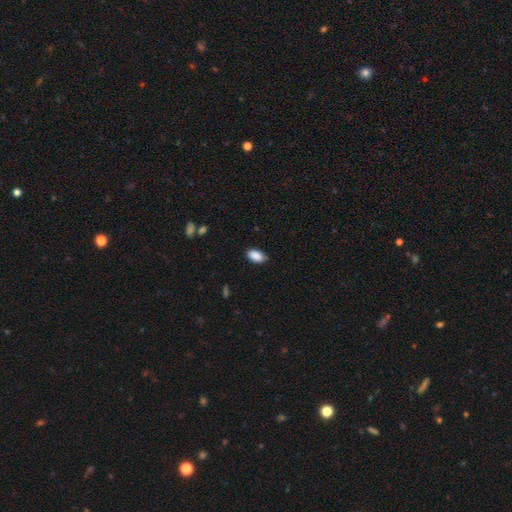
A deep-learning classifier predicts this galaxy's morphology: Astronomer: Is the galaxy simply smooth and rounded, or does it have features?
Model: smooth — 89%.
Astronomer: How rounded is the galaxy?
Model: in between — 93%.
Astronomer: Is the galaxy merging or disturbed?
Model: none — 81%.